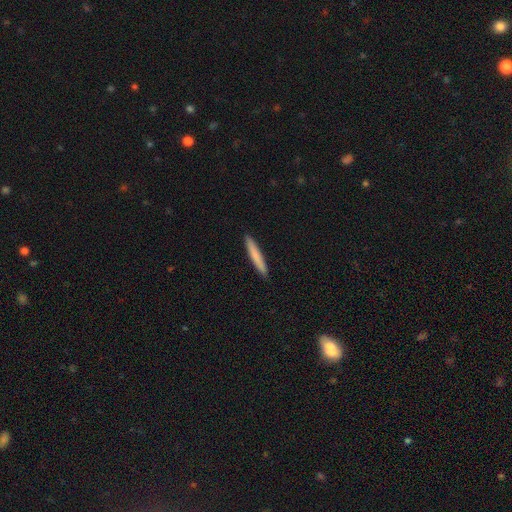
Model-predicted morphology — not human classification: Smooth or featured: smooth — 77% (featured or disk — 18%)
How rounded: cigar-shaped — 96% (in between — 3%)
Merging: none — 92% (minor disturbance — 5%)